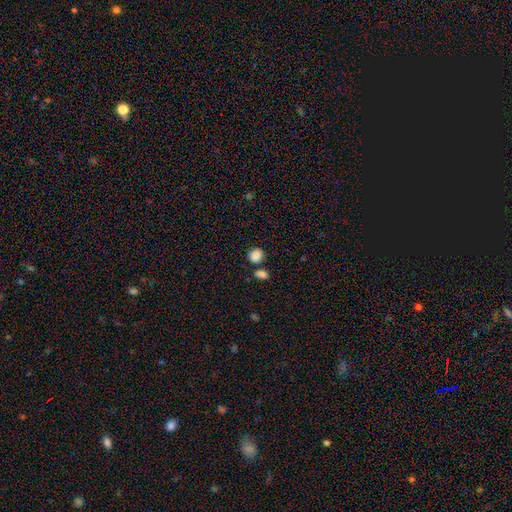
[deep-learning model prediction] Morphology: type=smooth (87%); roundness=round (68%); merging=none (70%).